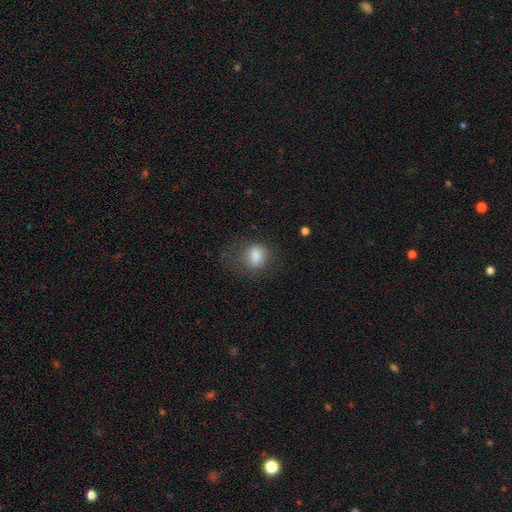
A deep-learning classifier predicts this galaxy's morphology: Smooth or featured? Predicted: smooth (p=0.81). How rounded? Predicted: in between (p=0.57). Merging? Predicted: none (p=0.59).